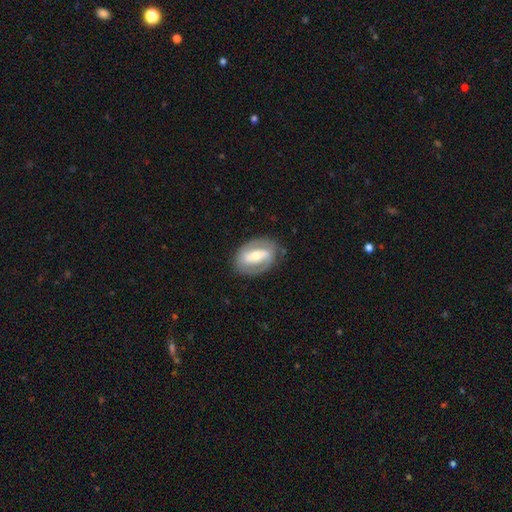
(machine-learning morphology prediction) Smooth or featured? Predicted: featured or disk (p=0.74). Edge-on disk? Predicted: no (p=0.95). Bar? Predicted: strong (p=0.50). Spiral arms? Predicted: yes (p=0.75). Spiral winding? Predicted: medium (p=0.41). Spiral arm count? Predicted: 2 (p=0.83). Bulge size? Predicted: moderate (p=0.58). Merging? Predicted: none (p=0.80).